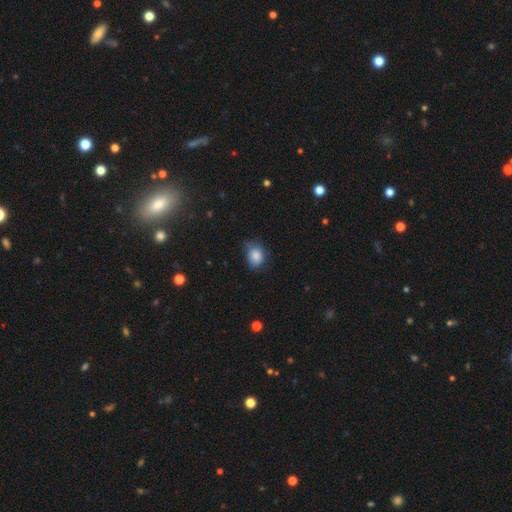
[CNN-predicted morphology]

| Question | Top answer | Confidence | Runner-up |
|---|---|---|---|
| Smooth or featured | smooth | 83% | star or artifact (9%) |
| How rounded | round | 50% | in between (49%) |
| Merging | none | 57% | minor disturbance (33%) |